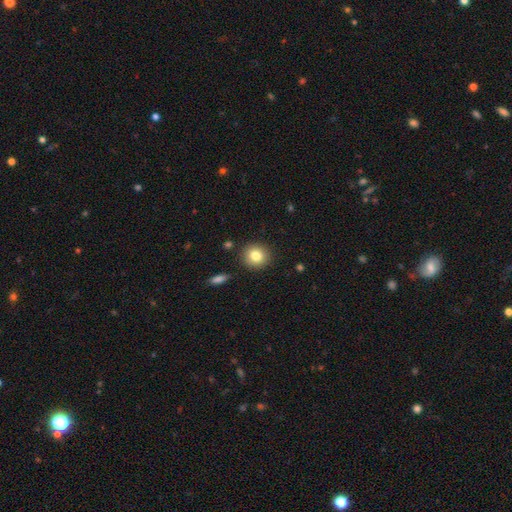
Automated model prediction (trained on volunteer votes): smooth 81%, star or artifact 10%, featured or disk 9%. Down the decision tree: how rounded — round (85%); merging — none (88%).